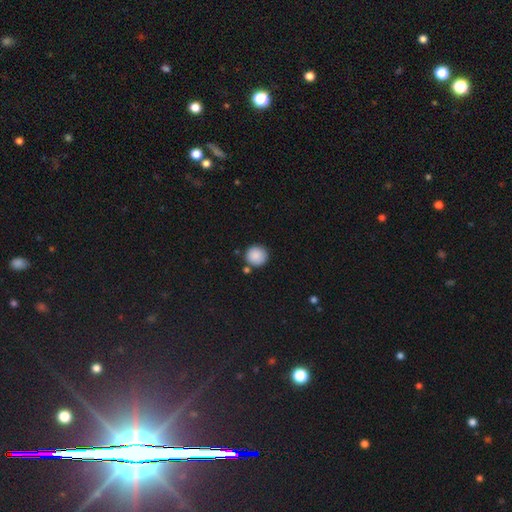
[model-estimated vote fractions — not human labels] The model was most divided on "merging": none: 82%, minor disturbance: 9%, merger: 6%, major disturbance: 2%. More confident: how rounded — round (93%); smooth or featured — smooth (88%).